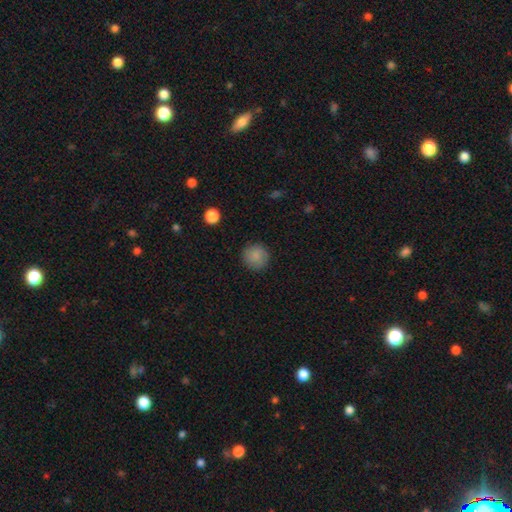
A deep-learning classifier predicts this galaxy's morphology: smooth_or_featured: smooth (p=0.86) [alt: star or artifact p=0.08]
how_rounded: round (p=0.93) [alt: in between p=0.06]
merging: none (p=0.88) [alt: minor disturbance p=0.08]